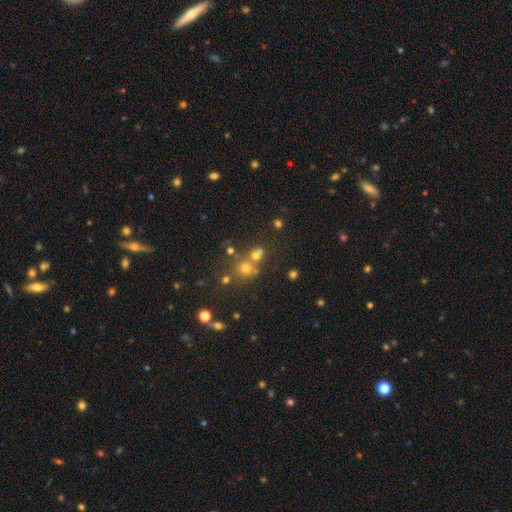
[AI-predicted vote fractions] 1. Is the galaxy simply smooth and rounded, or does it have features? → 47% smooth, 39% star or artifact, 14% featured or disk.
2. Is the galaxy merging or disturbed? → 51% none, 38% merger, 7% minor disturbance, 4% major disturbance.